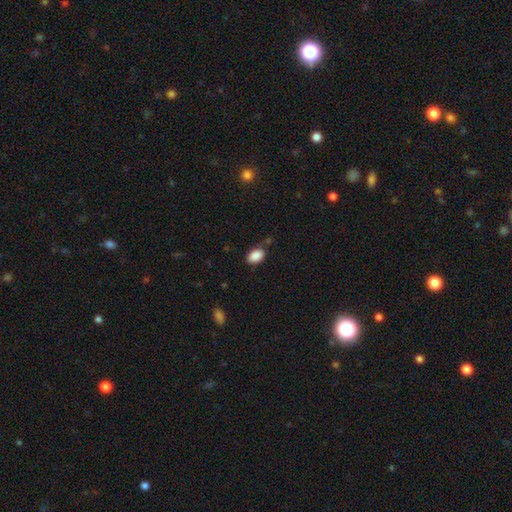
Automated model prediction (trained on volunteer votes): smooth-or-featured: smooth: 89% | star or artifact: 8% | featured or disk: 4%
  how-rounded: in between: 91% | round: 8% | cigar-shaped: 2%
  merging: none: 71% | minor disturbance: 20% | merger: 4% | major disturbance: 4%